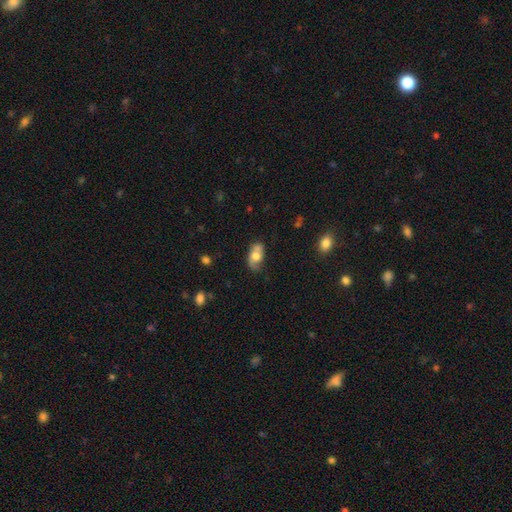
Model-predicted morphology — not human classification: type=smooth (55%); roundness=in between (86%); merging=none (52%).